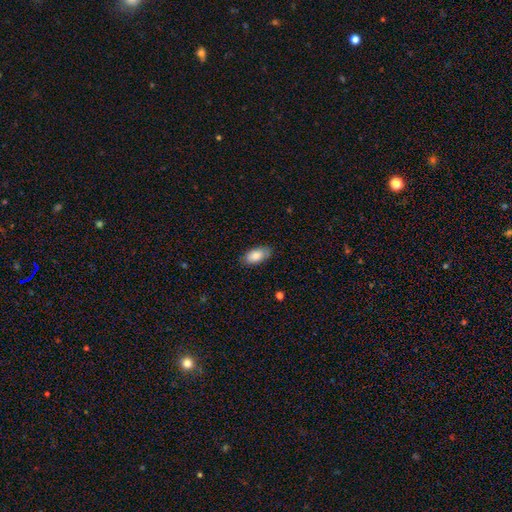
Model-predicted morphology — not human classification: Q: Smooth or featured?
A: smooth (84%); runner-up: featured or disk (10%)
Q: How rounded?
A: in between (92%); runner-up: cigar-shaped (5%)
Q: Merging?
A: none (82%); runner-up: minor disturbance (14%)